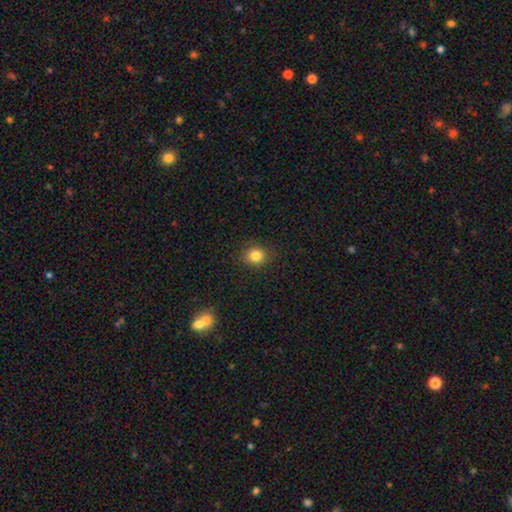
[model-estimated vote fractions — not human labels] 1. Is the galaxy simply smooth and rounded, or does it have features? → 83% smooth, 11% star or artifact, 6% featured or disk.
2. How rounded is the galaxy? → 79% round, 20% in between, 1% cigar-shaped.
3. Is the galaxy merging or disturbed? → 88% none, 8% minor disturbance, 3% major disturbance, 1% merger.